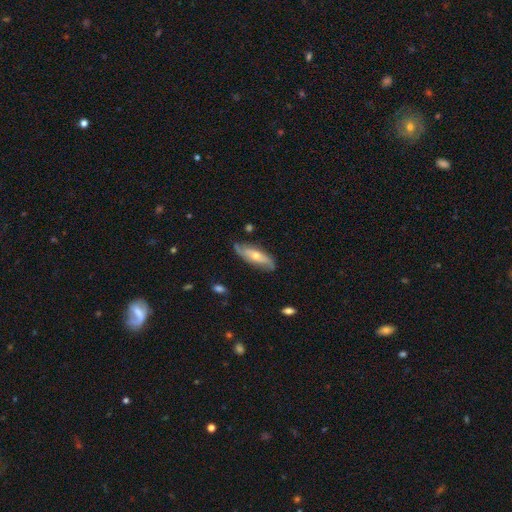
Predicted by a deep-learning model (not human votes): A featured or disk galaxy (63%).

Vote fractions:
- Smooth or featured? featured or disk: 63% / smooth: 31% / star or artifact: 6%
- Edge-on disk? no: 77% / yes: 23%
- Merging? none: 71% / minor disturbance: 21% / major disturbance: 6% / merger: 2%